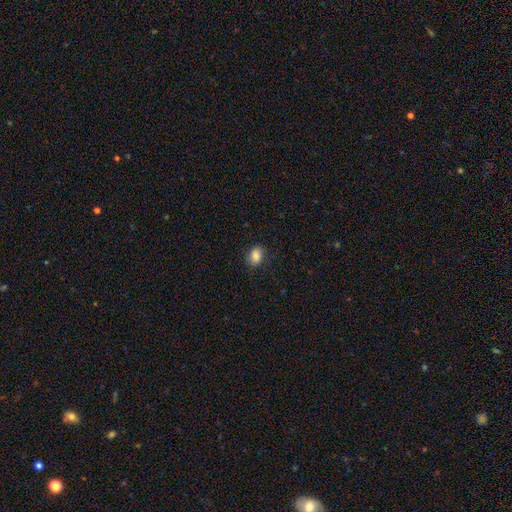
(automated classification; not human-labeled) Smooth or featured? Predicted: smooth (p=0.85). How rounded? Predicted: in between (p=0.71). Merging? Predicted: none (p=0.85).